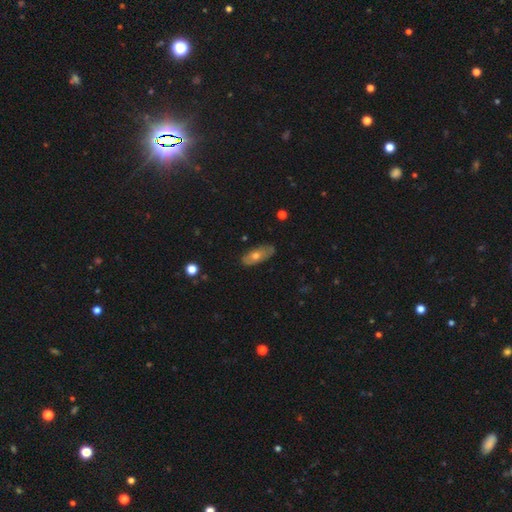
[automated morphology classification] A smooth galaxy with no disk features (54%) that is in between round and cigar-shaped (76%).

Vote fractions:
- Smooth or featured? smooth: 54% / featured or disk: 39% / star or artifact: 8%
- How rounded? in between: 76% / cigar-shaped: 20% / round: 4%
- Merging? none: 83% / minor disturbance: 13% / major disturbance: 2% / merger: 1%